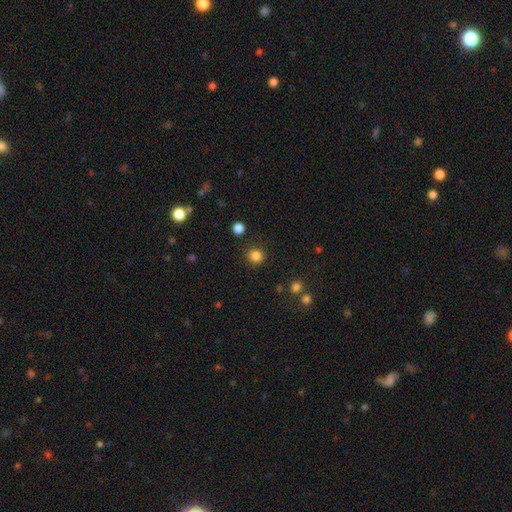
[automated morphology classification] Overall: smooth (84%). How rounded: round (93%). Merging: none (90%).